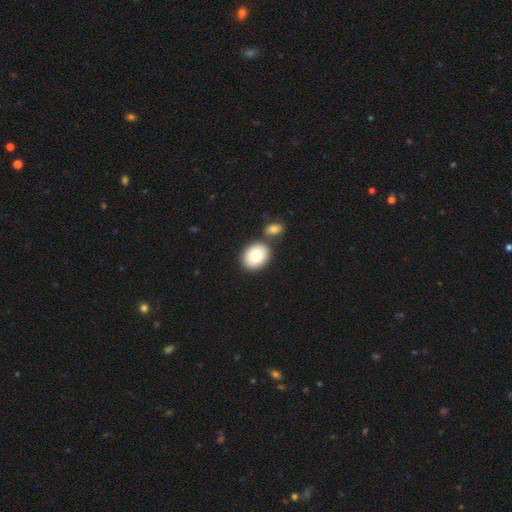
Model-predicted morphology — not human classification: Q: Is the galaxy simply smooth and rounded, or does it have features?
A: smooth — 79%.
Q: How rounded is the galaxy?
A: round — 56%.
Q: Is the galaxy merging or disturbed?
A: none — 73%.